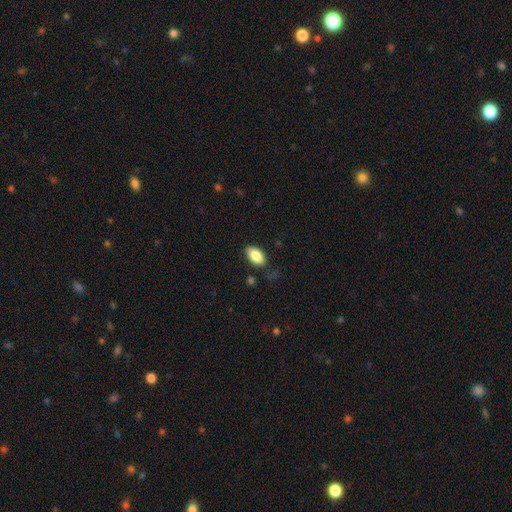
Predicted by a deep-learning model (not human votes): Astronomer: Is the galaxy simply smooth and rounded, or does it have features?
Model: smooth — 85%.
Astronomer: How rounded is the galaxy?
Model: in between — 92%.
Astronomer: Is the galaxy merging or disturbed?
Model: none — 80%.